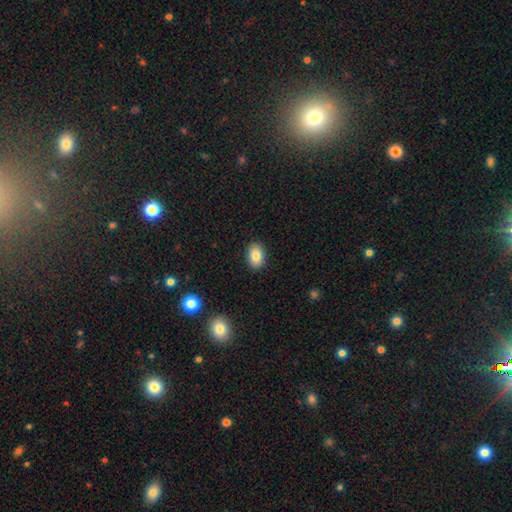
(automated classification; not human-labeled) smooth-or-featured: smooth: 86% | star or artifact: 8% | featured or disk: 6%
  how-rounded: in between: 83% | round: 15% | cigar-shaped: 1%
  merging: none: 89% | minor disturbance: 8% | major disturbance: 2% | merger: 1%